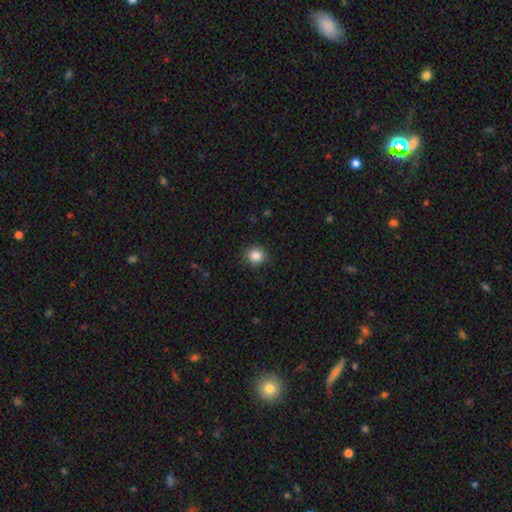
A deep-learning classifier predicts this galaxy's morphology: Smooth or featured?
  - smooth: 85% *
  - star or artifact: 10%
  - featured or disk: 5%
How rounded?
  - round: 90% *
  - in between: 9%
  - cigar-shaped: 1%
Merging?
  - none: 89% *
  - minor disturbance: 8%
  - major disturbance: 2%
  - merger: 1%